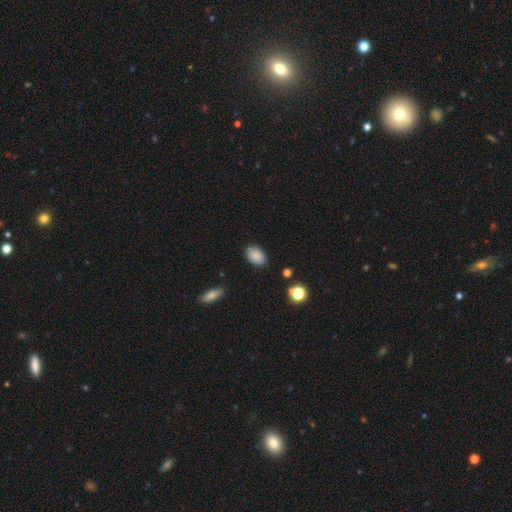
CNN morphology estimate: Overall: smooth (86%). How rounded: in between (89%). Merging: none (87%).